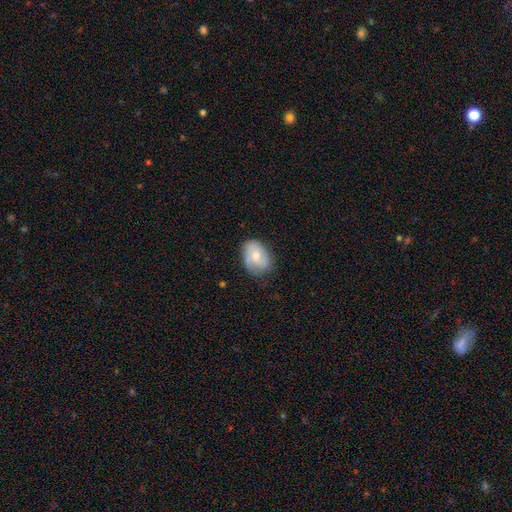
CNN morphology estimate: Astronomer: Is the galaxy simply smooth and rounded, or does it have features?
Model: smooth — 53% (runner-up: featured or disk, 41%).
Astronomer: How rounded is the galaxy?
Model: in between — 76%.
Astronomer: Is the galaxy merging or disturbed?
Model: none — 63%.